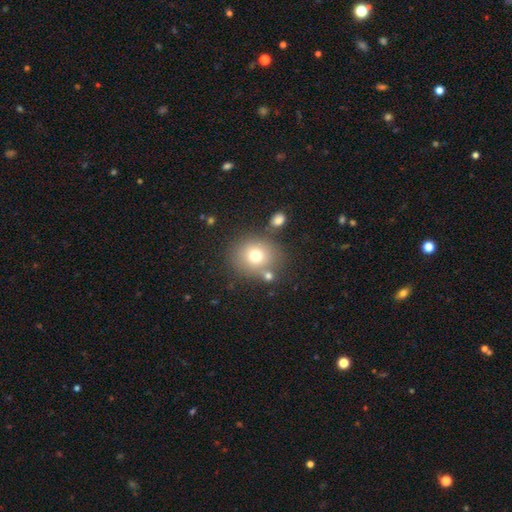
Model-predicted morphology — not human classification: This appears to be a smooth galaxy with no disk features (72%) that is round (79%). Merging: none (71%).